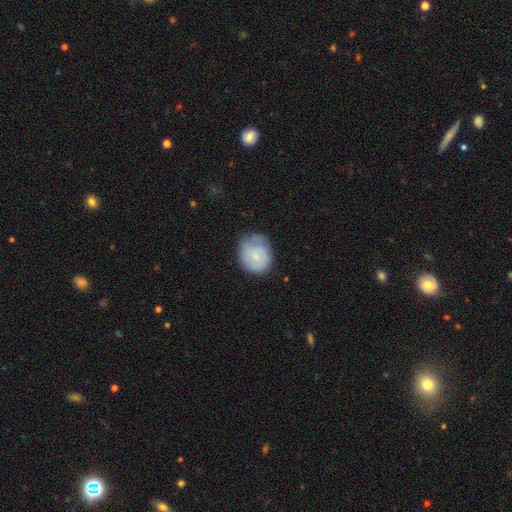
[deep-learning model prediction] Smooth or featured: smooth — 61% (featured or disk — 31%)
How rounded: round — 72% (in between — 27%)
Merging: none — 53% (minor disturbance — 33%)